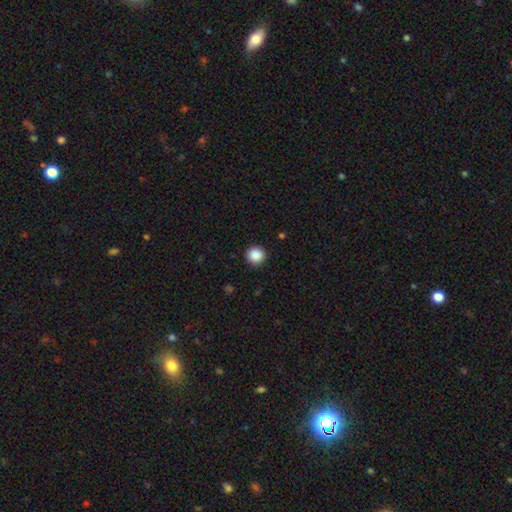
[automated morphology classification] smooth_or_featured: smooth (p=0.88) [alt: star or artifact p=0.09]
how_rounded: round (p=0.95) [alt: in between p=0.04]
merging: none (p=0.92) [alt: minor disturbance p=0.05]